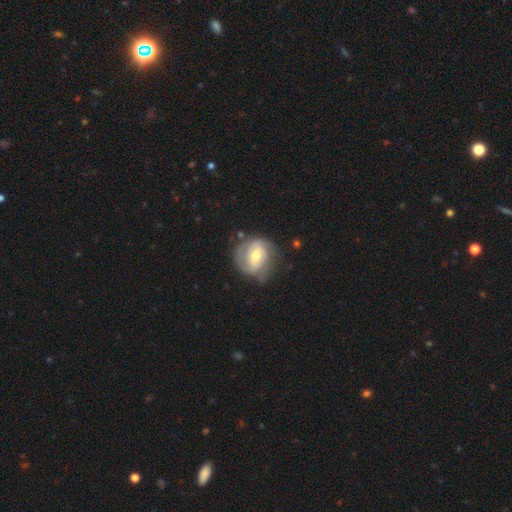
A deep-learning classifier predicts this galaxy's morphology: The model was most divided on "bar": no: 46%, weak: 40%, strong: 14%. More confident: edge-on disk — no (97%); spiral arms — yes (78%); bulge size — moderate (67%); smooth or featured — featured or disk (63%); merging — none (58%).